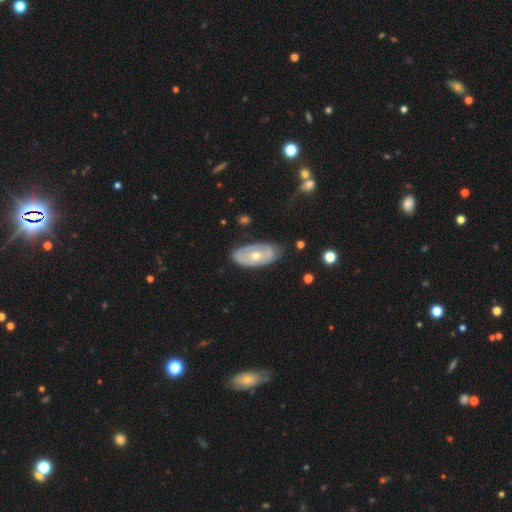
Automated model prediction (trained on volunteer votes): A featured or disk galaxy (59%) with no bar (86%), no spiral arms (71%) and a moderate central bulge (65%). Merging: none (74%).